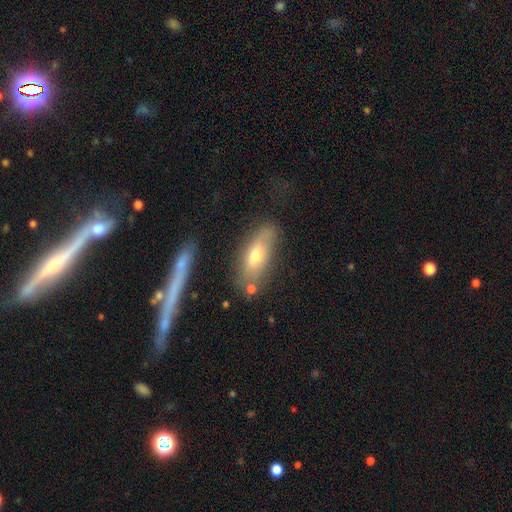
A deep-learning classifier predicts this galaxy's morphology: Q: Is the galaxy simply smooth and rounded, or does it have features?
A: smooth — 60%.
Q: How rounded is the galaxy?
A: in between — 63%.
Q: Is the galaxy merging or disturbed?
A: none — 68%.